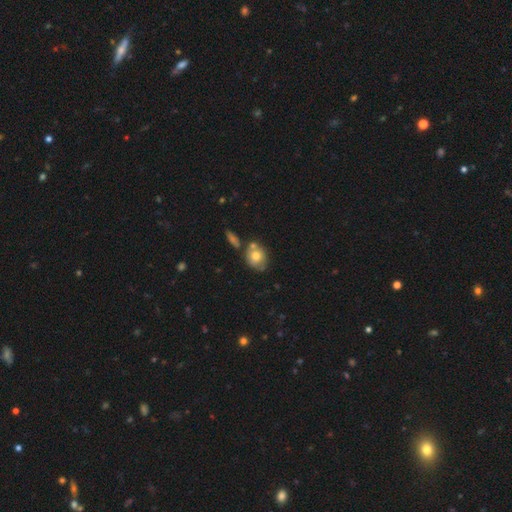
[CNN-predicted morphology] The model was most divided on "how rounded": round: 62%, in between: 37%, cigar-shaped: 1%. More confident: smooth or featured — smooth (69%); merging — none (51%).